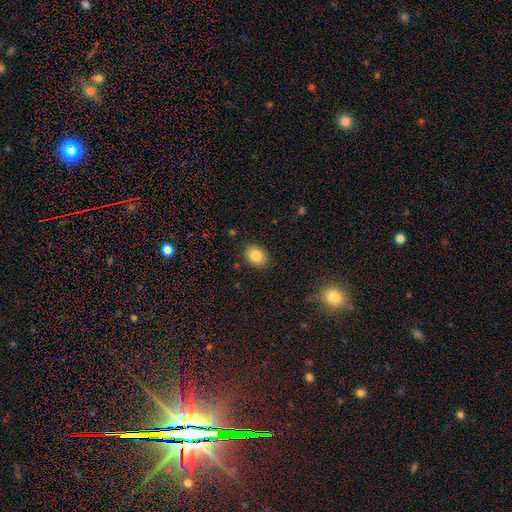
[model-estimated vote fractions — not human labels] This appears to be a smooth galaxy with no disk features (85%) that is in between round and cigar-shaped (71%). Merging: none (87%).